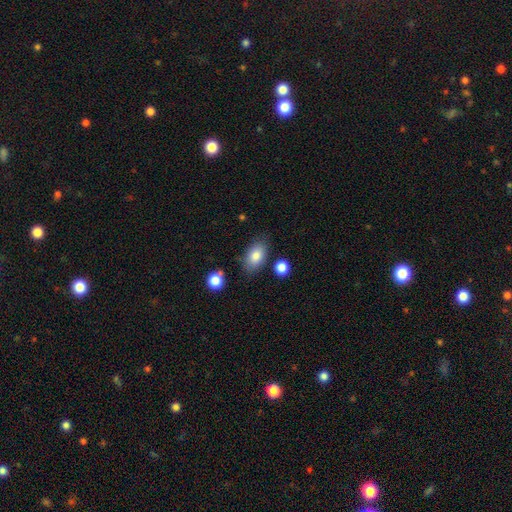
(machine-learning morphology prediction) Smooth or featured? Predicted: smooth (p=0.83). How rounded? Predicted: in between (p=0.90). Merging? Predicted: none (p=0.76).